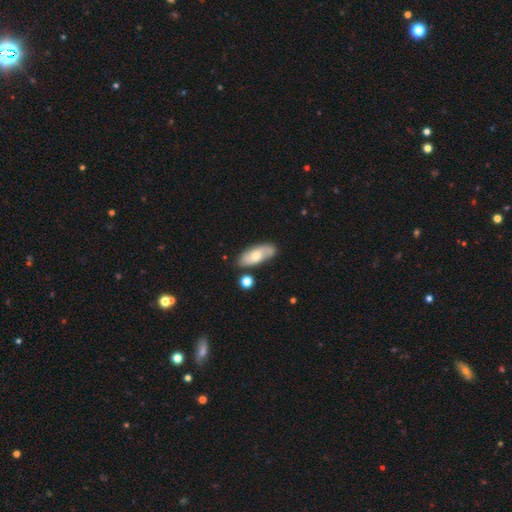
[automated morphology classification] A smooth galaxy with no disk features (55%) that is in between round and cigar-shaped (82%). Merging: none (74%).